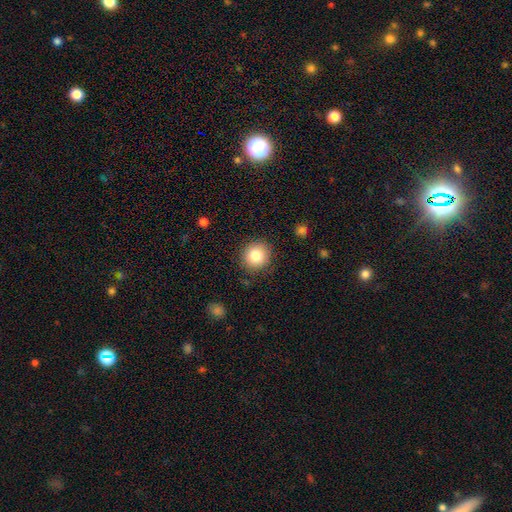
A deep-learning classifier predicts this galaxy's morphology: Smooth or featured?
  - smooth: 84% *
  - star or artifact: 10%
  - featured or disk: 7%
How rounded?
  - round: 90% *
  - in between: 9%
  - cigar-shaped: 1%
Merging?
  - none: 87% *
  - minor disturbance: 9%
  - major disturbance: 3%
  - merger: 1%